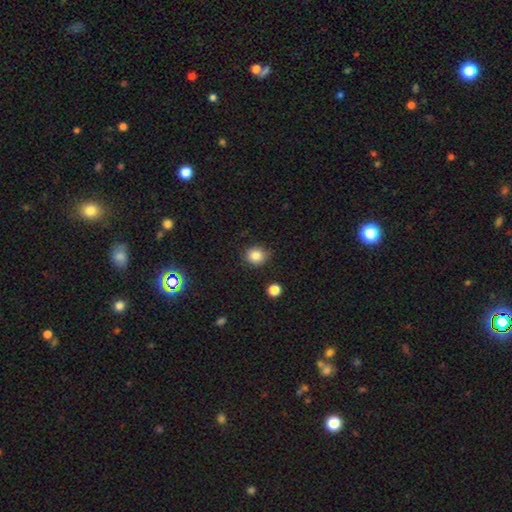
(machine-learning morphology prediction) Q: Smooth or featured?
A: smooth (84%); runner-up: star or artifact (11%)
Q: How rounded?
A: round (82%); runner-up: in between (17%)
Q: Merging?
A: none (86%); runner-up: minor disturbance (10%)